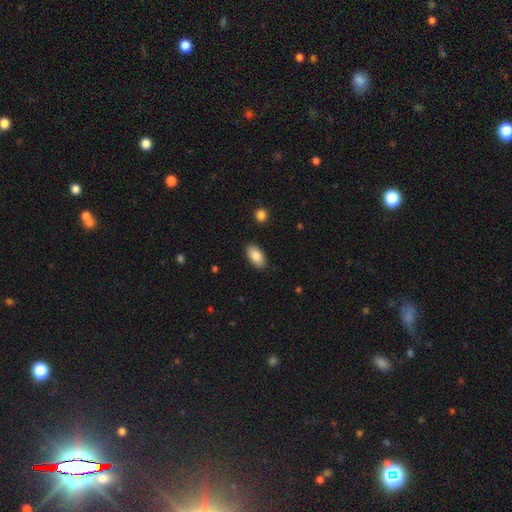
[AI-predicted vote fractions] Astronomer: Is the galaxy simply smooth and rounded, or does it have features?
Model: smooth — 86%.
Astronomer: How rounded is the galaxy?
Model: in between — 94%.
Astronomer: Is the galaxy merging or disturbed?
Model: none — 88%.